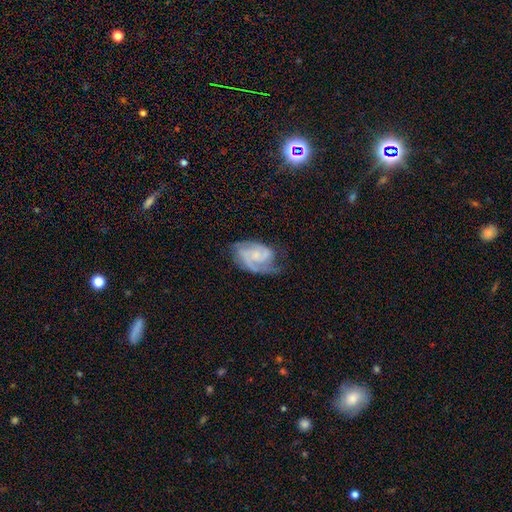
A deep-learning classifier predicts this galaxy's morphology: Smooth or featured?
  - featured or disk: 84% *
  - smooth: 10%
  - star or artifact: 6%
Edge-on disk?
  - no: 98% *
  - yes: 2%
Bar?
  - no: 58% *
  - weak: 36%
  - strong: 6%
Spiral arms?
  - yes: 97% *
  - no: 3%
Spiral winding?
  - tight: 45% *
  - medium: 44%
  - loose: 11%
Spiral arm count?
  - 2: 69% *
  - 3: 12%
  - can't tell: 10%
  - 1: 4%
  - 4: 2%
  - more than 4: 2%
Bulge size?
  - small: 54% *
  - none: 22%
  - moderate: 20%
  - large: 2%
  - dominant: 1%
Merging?
  - none: 63% *
  - minor disturbance: 24%
  - major disturbance: 12%
  - merger: 2%